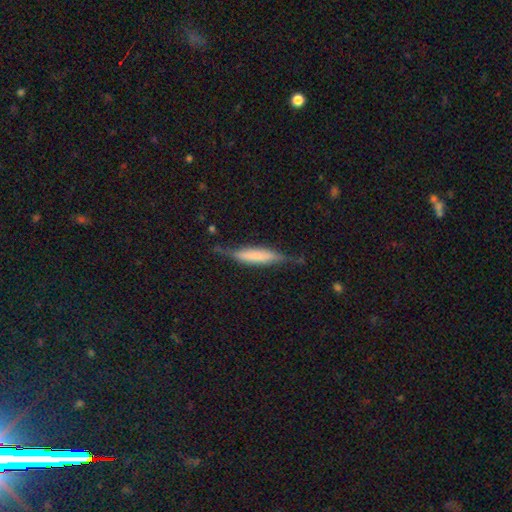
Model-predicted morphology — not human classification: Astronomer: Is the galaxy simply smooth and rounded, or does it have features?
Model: smooth — 48% (runner-up: featured or disk, 46%).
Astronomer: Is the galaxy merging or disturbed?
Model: none — 68%.